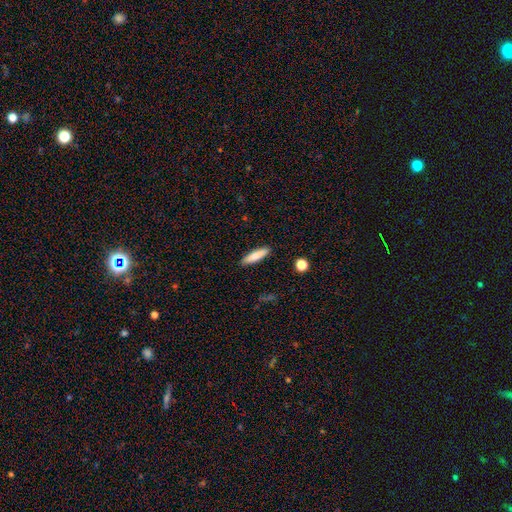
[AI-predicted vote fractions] Overall: smooth (81%). How rounded: cigar-shaped (74%). Merging: none (89%).